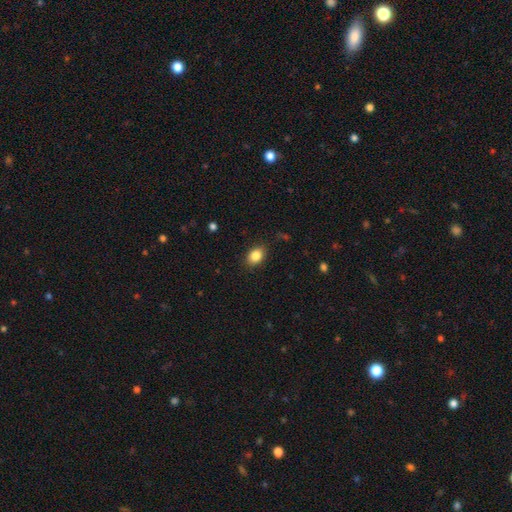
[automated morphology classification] Q: Smooth or featured?
A: smooth (86%); runner-up: star or artifact (9%)
Q: How rounded?
A: in between (74%); runner-up: round (25%)
Q: Merging?
A: none (86%); runner-up: minor disturbance (10%)